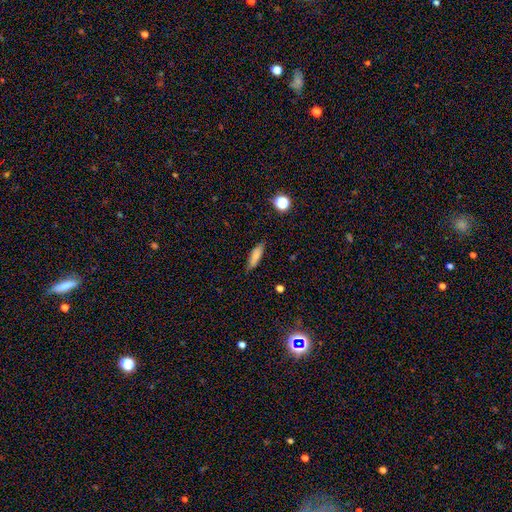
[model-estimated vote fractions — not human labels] Smooth or featured? smooth (81%)
How rounded? cigar-shaped (61%)
Merging? none (83%)